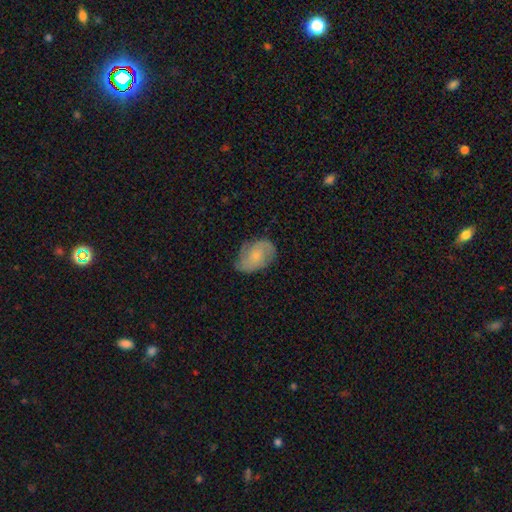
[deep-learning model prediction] A featured or disk galaxy (54%) with no bar (75%), spiral arms (86%) and a small central bulge (66%).

Vote fractions:
- Smooth or featured? featured or disk: 54% / smooth: 39% / star or artifact: 7%
- Edge-on disk? no: 96% / yes: 4%
- Bar? no: 75% / weak: 22% / strong: 3%
- Spiral arms? yes: 86% / no: 14%
- Bulge size? small: 66% / moderate: 25% / none: 6% / large: 2% / dominant: 1%
- Merging? none: 69% / minor disturbance: 23% / major disturbance: 7% / merger: 1%